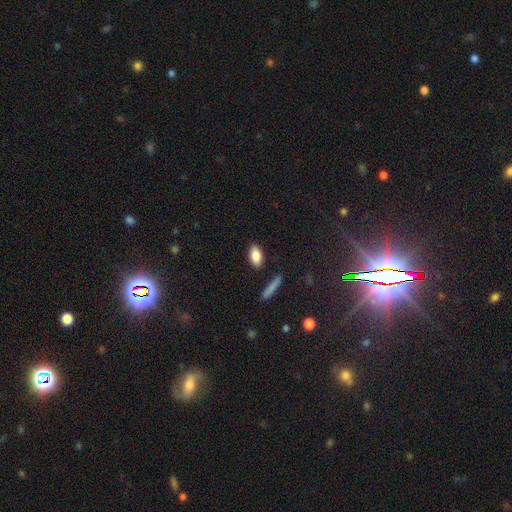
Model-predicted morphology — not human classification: Q: Smooth or featured?
A: smooth (86%); runner-up: featured or disk (7%)
Q: How rounded?
A: in between (88%); runner-up: cigar-shaped (8%)
Q: Merging?
A: none (85%); runner-up: minor disturbance (10%)